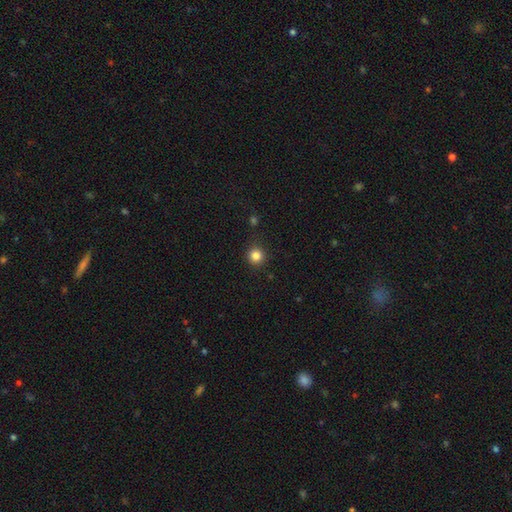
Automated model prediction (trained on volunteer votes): smooth 84%, star or artifact 12%, featured or disk 4%. Down the decision tree: how rounded — round (94%); merging — none (90%).